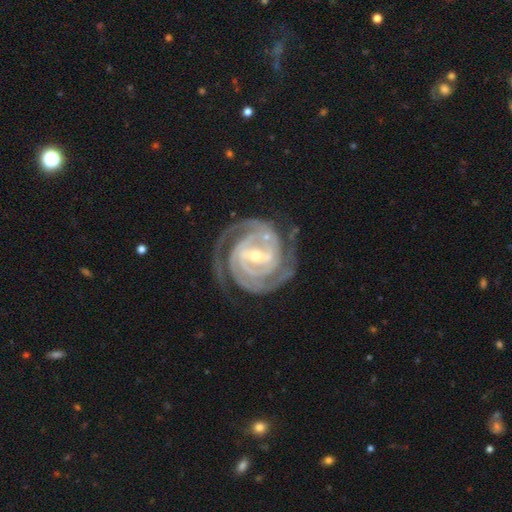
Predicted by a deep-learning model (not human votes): Smooth or featured: featured or disk — 93% (star or artifact — 4%)
Edge-on disk: no — 98% (yes — 2%)
Bar: strong — 57% (weak — 32%)
Spiral arms: yes — 99% (no — 1%)
Spiral winding: tight — 79% (medium — 19%)
Spiral arm count: 2 — 64% (3 — 17%)
Bulge size: small — 62% (moderate — 35%)
Merging: none — 78% (minor disturbance — 14%)